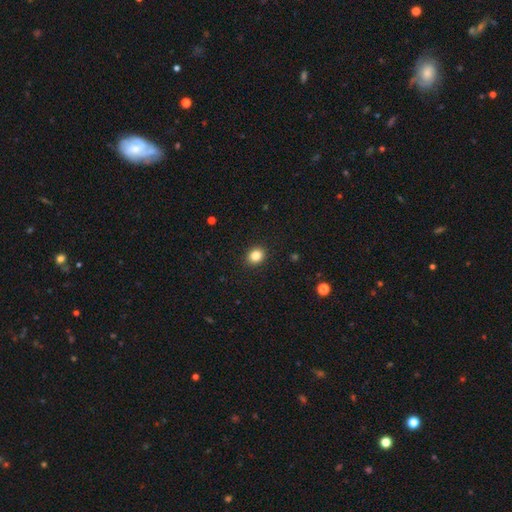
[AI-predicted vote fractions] Q: Smooth or featured?
A: smooth (84%); runner-up: star or artifact (10%)
Q: How rounded?
A: round (62%); runner-up: in between (37%)
Q: Merging?
A: none (91%); runner-up: minor disturbance (6%)